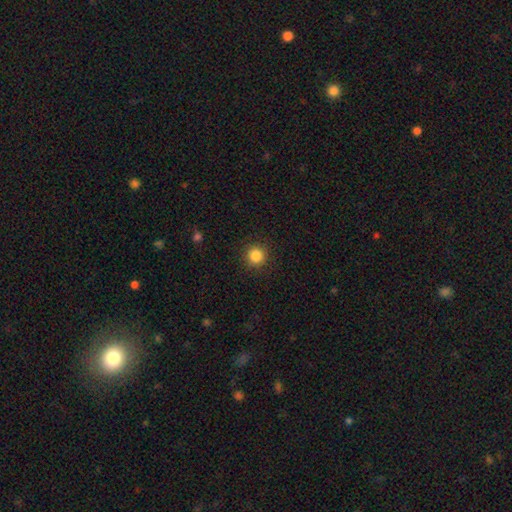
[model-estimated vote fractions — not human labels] smooth 86%, star or artifact 10%, featured or disk 3%. Down the decision tree: how rounded — round (95%); merging — none (91%).